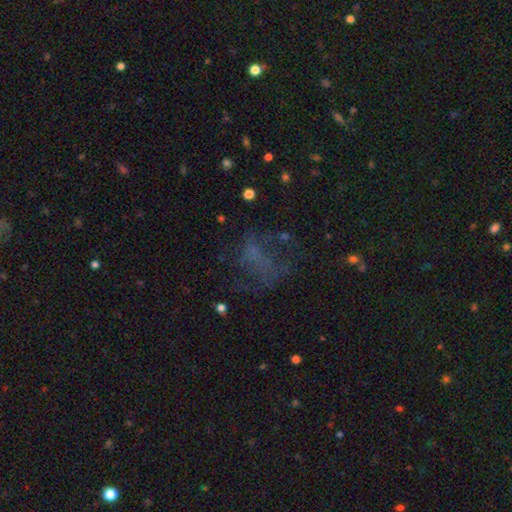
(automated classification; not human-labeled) Q: Smooth or featured?
A: featured or disk (37%); runner-up: smooth (33%)
Q: Merging?
A: none (43%); runner-up: major disturbance (37%)